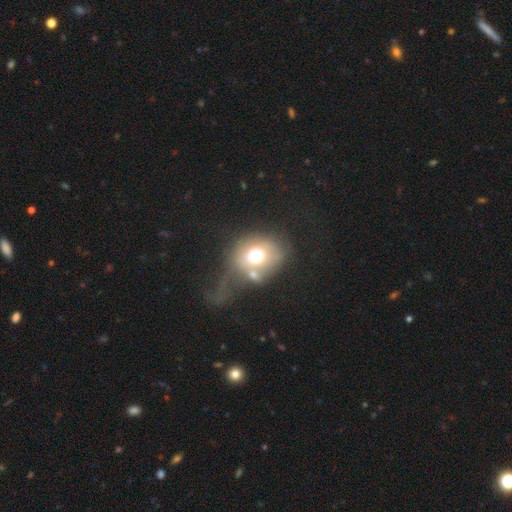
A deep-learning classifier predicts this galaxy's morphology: type=smooth (64%); roundness=round (62%); merging=major disturbance (32%).